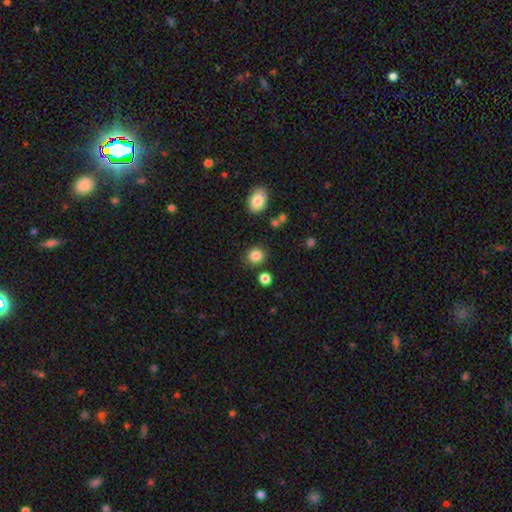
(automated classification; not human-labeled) Smooth or featured?
  - smooth: 85% *
  - star or artifact: 11%
  - featured or disk: 4%
How rounded?
  - round: 82% *
  - in between: 17%
  - cigar-shaped: 1%
Merging?
  - none: 83% *
  - minor disturbance: 9%
  - merger: 5%
  - major disturbance: 3%